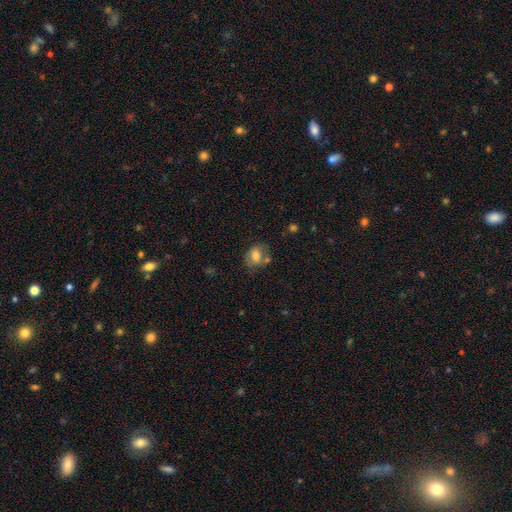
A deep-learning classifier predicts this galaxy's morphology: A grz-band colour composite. It shows a smooth galaxy with no disk features (69%) that is in between round and cigar-shaped (60%). Merging: none (55%).